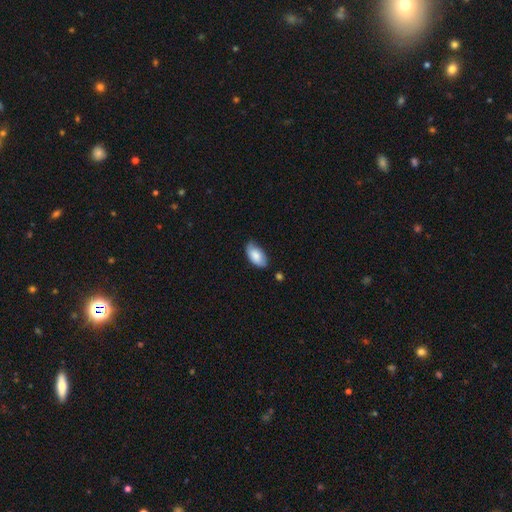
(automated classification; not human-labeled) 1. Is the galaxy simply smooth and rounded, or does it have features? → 83% smooth, 11% featured or disk, 6% star or artifact.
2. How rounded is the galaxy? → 94% in between, 3% cigar-shaped, 2% round.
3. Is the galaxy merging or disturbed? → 68% none, 26% minor disturbance, 4% major disturbance, 2% merger.